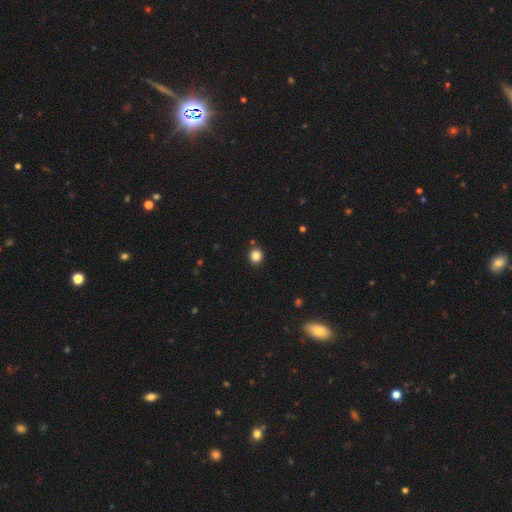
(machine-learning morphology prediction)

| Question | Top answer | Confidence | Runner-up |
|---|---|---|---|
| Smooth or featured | smooth | 84% | star or artifact (12%) |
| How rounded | round | 87% | in between (13%) |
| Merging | none | 88% | minor disturbance (7%) |